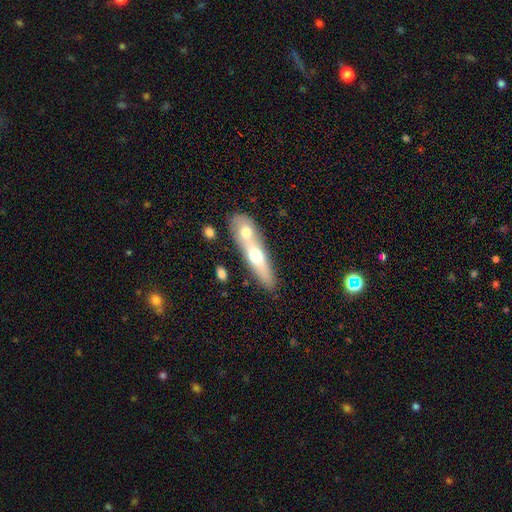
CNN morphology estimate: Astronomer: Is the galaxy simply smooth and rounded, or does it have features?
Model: smooth — 52% (runner-up: featured or disk, 42%).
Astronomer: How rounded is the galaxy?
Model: cigar-shaped — 69%.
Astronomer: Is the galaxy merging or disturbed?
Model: none — 44% (runner-up: merger, 42%).